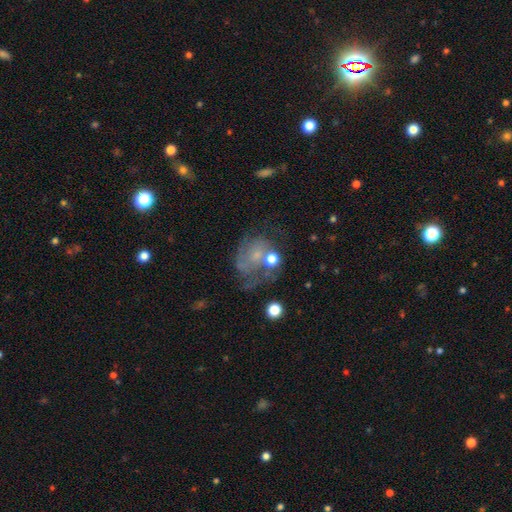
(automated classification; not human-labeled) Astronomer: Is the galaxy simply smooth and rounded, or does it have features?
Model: featured or disk — 57%.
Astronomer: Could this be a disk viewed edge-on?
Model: no — 97%.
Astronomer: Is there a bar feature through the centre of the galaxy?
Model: no — 72%.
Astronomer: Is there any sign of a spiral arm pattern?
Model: yes — 68%.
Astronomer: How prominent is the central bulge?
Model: small — 50%.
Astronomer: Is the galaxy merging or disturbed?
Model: none — 38% (runner-up: major disturbance, 29%).